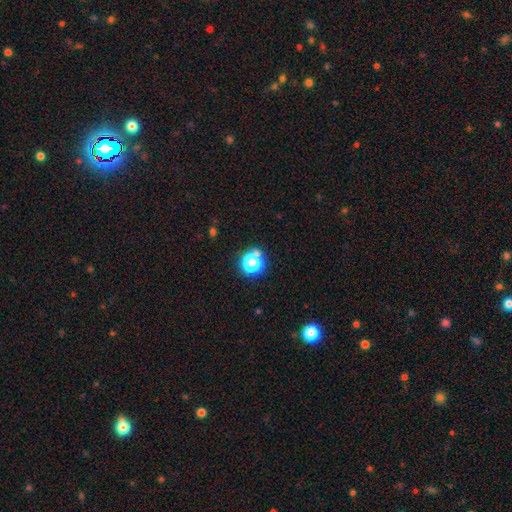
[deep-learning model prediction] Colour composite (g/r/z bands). It shows a smooth galaxy with no disk features (53%) that is round (89%). Merging: none (80%).